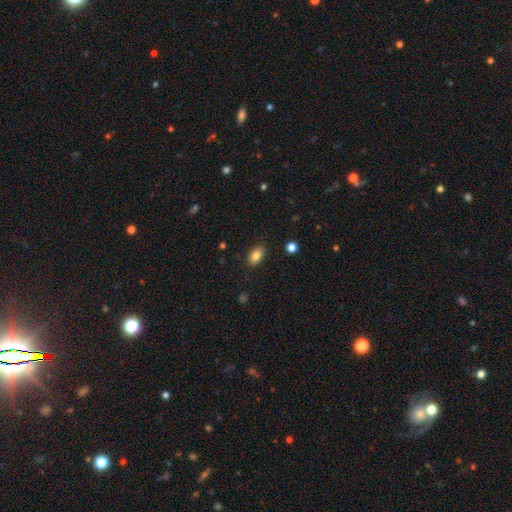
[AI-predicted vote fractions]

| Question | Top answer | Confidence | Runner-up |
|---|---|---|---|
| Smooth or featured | smooth | 84% | star or artifact (9%) |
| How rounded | in between | 88% | round (9%) |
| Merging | none | 86% | minor disturbance (10%) |